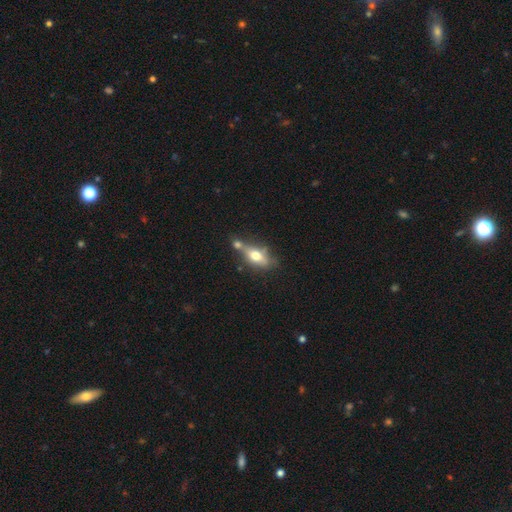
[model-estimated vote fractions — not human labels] Morphology: type=smooth (57%); roundness=in between (73%); merging=none (41%).